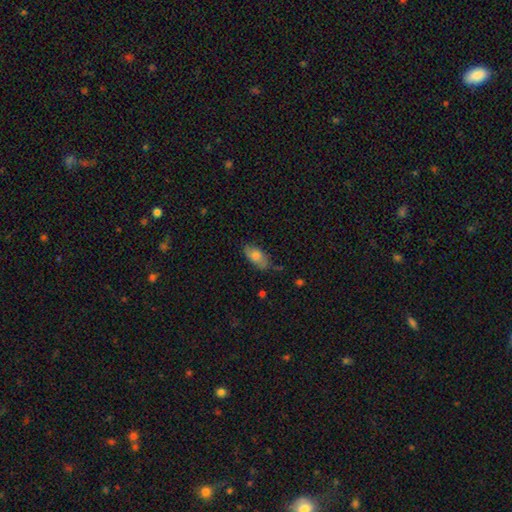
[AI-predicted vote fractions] The model was most divided on "merging": none: 66%, minor disturbance: 26%, major disturbance: 6%, merger: 2%. More confident: how rounded — in between (89%); smooth or featured — smooth (71%).